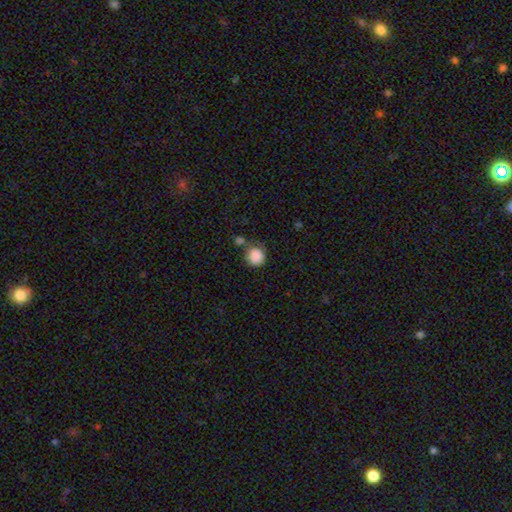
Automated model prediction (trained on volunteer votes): This is clearly a smooth galaxy (88%). How rounded: clearly round (85%). Merging: possibly none (58%).